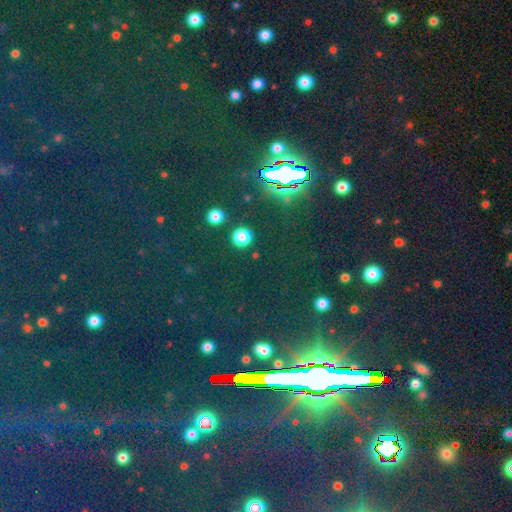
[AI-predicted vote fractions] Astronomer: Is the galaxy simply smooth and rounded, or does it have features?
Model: star or artifact — 56% (runner-up: smooth, 36%).